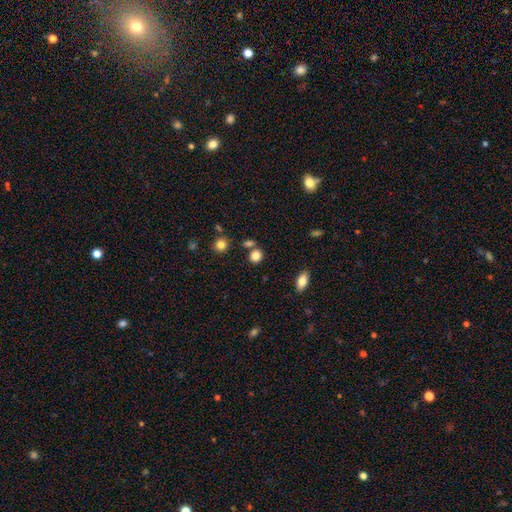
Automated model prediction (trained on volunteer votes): This is clearly a smooth galaxy (84%). How rounded: likely round (78%). Merging: likely none (73%).